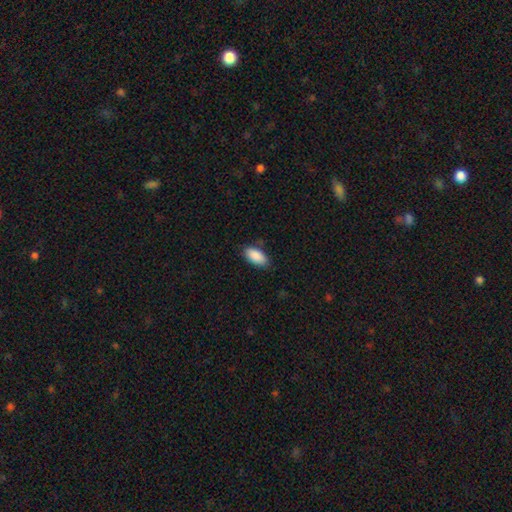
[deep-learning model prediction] Q: Smooth or featured?
A: smooth (90%); runner-up: star or artifact (6%)
Q: How rounded?
A: in between (93%); runner-up: cigar-shaped (4%)
Q: Merging?
A: none (80%); runner-up: minor disturbance (16%)